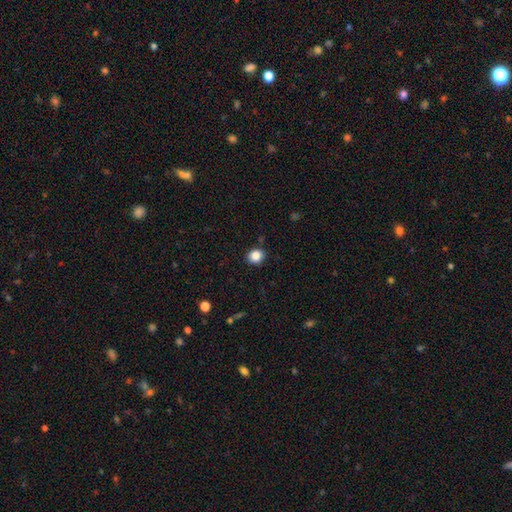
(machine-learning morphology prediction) Q: Smooth or featured?
A: smooth (85%); runner-up: star or artifact (11%)
Q: How rounded?
A: round (78%); runner-up: in between (22%)
Q: Merging?
A: none (89%); runner-up: minor disturbance (7%)